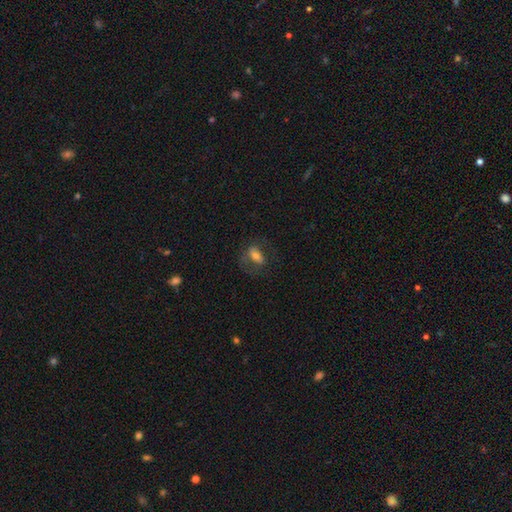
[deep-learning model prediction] Smooth or featured?
  - smooth: 61% *
  - featured or disk: 30%
  - star or artifact: 10%
How rounded?
  - in between: 80% *
  - round: 12%
  - cigar-shaped: 8%
Merging?
  - none: 61% *
  - minor disturbance: 19%
  - major disturbance: 18%
  - merger: 2%